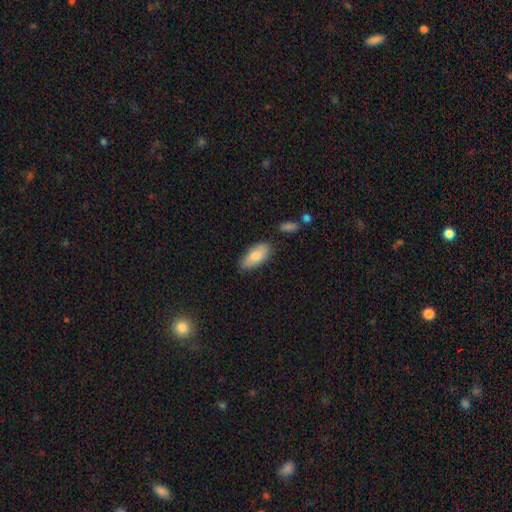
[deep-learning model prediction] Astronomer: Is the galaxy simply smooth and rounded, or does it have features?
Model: smooth — 80%.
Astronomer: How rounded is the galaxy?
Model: in between — 87%.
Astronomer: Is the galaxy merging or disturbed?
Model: none — 78%.